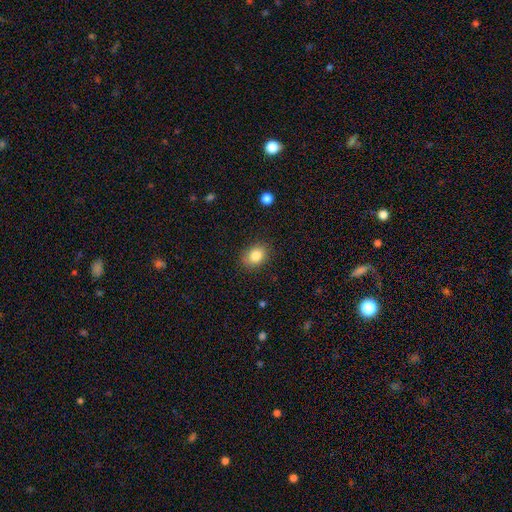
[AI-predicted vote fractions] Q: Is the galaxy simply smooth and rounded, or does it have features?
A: smooth — 83%.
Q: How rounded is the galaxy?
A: in between — 65%.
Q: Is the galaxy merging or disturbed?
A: none — 85%.